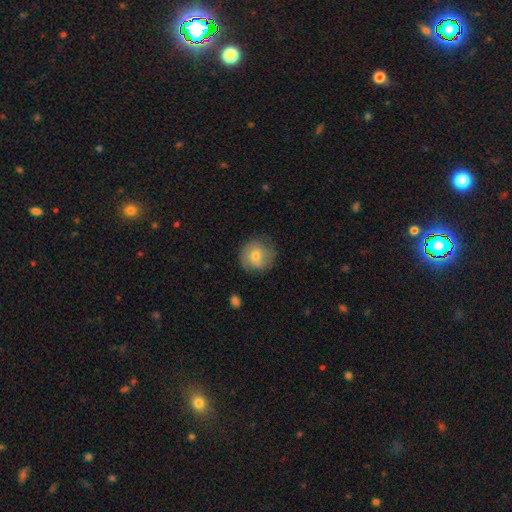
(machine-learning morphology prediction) The model was most divided on "smooth or featured": smooth: 69%, featured or disk: 24%, star or artifact: 8%. More confident: how rounded — round (90%); merging — none (72%).